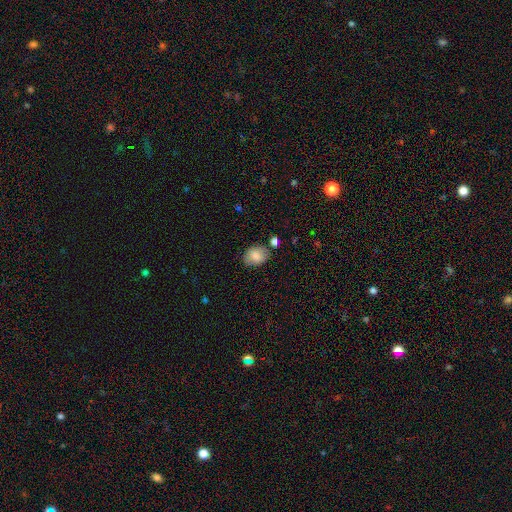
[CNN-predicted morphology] This is clearly a smooth galaxy (80%). How rounded: likely in between (71%). Merging: likely none (73%).